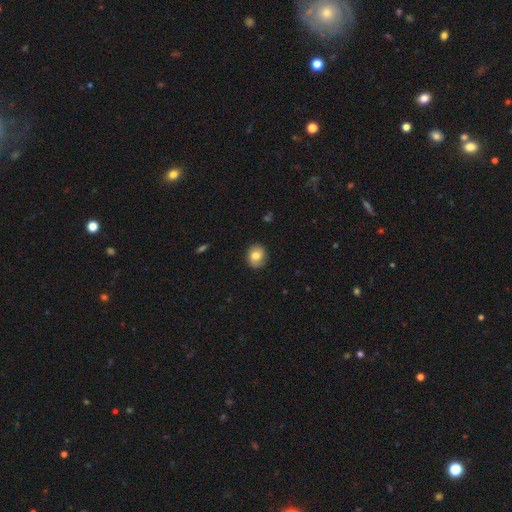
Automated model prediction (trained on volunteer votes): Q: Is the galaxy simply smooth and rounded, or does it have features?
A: smooth — 78%.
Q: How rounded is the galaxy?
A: round — 70%.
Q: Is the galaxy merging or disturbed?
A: none — 87%.